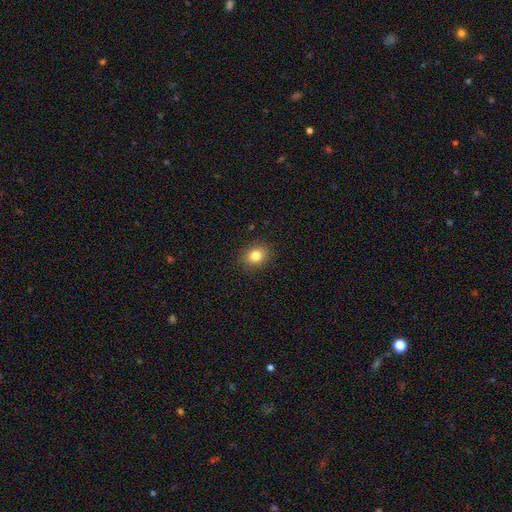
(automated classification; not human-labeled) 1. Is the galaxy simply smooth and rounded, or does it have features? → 83% smooth, 11% star or artifact, 6% featured or disk.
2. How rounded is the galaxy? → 59% round, 40% in between, 1% cigar-shaped.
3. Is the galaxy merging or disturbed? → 89% none, 8% minor disturbance, 2% major disturbance, 1% merger.